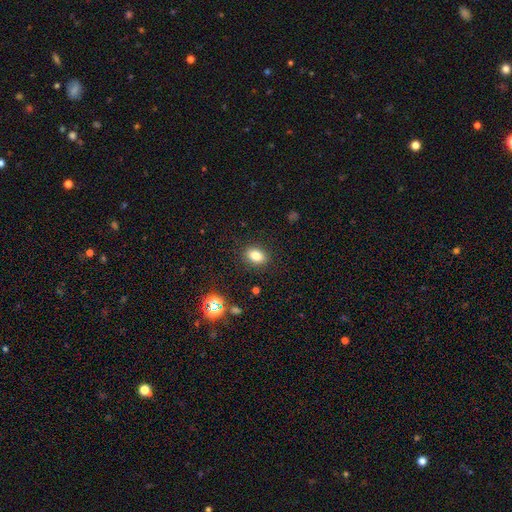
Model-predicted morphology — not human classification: Q: Smooth or featured?
A: smooth (80%); runner-up: star or artifact (12%)
Q: How rounded?
A: in between (71%); runner-up: round (27%)
Q: Merging?
A: none (88%); runner-up: minor disturbance (8%)